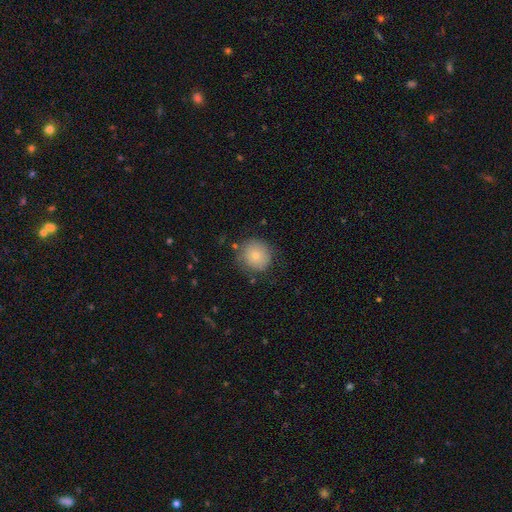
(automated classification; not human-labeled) smooth_or_featured: smooth (p=0.77) [alt: featured or disk p=0.14]
how_rounded: round (p=0.91) [alt: in between p=0.08]
merging: none (p=0.77) [alt: minor disturbance p=0.16]